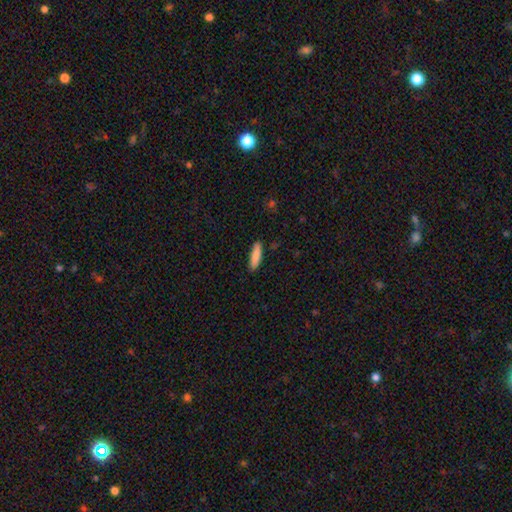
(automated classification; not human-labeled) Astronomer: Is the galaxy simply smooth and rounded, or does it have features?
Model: smooth — 86%.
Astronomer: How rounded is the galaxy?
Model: cigar-shaped — 72%.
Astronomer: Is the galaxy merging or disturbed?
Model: none — 87%.